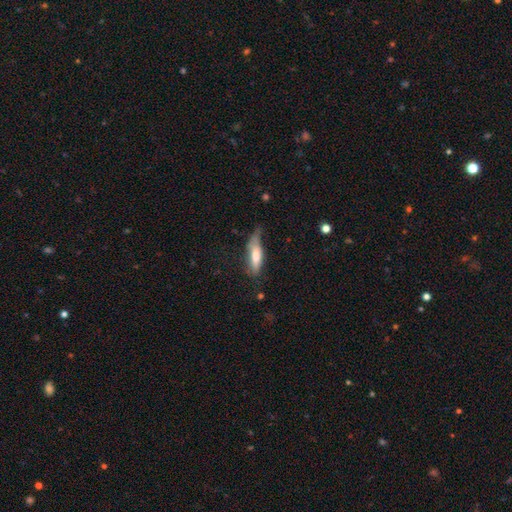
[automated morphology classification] The model was most divided on "merging" (2-way tie): minor disturbance: 38%, none: 38%, major disturbance: 20%, merger: 3%. More confident: smooth or featured — smooth (70%); how rounded — cigar-shaped (55%).